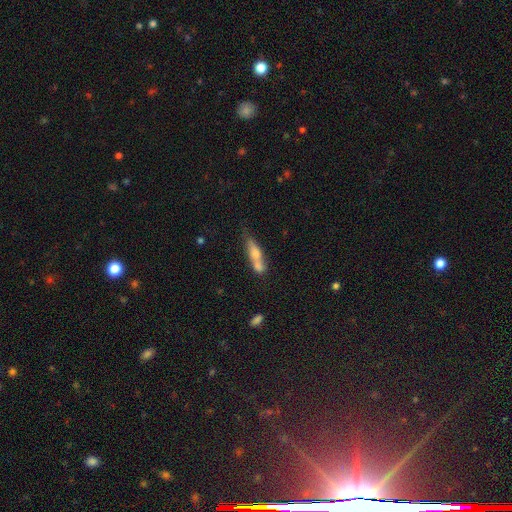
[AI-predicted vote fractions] Overall: smooth (57%; featured or disk 36%). How rounded: cigar-shaped (69%). Merging: none (39%; merger 38%).